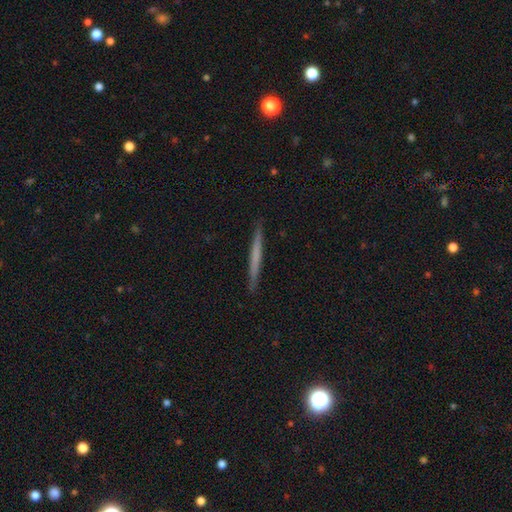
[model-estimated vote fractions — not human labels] This appears to be a smooth galaxy with no disk features (53%) that is cigar-shaped (97%). Merging: none (91%).